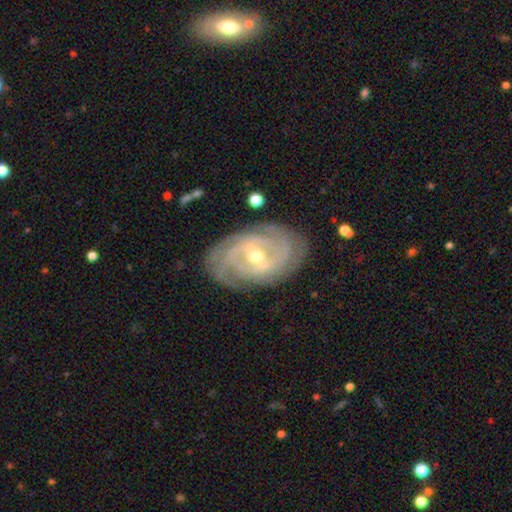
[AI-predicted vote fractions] This appears to be a featured or disk galaxy (88%) with a weak bar (48%), tight (70%) spiral arms (93%) and a moderate central bulge (53%). Merging: none (79%).